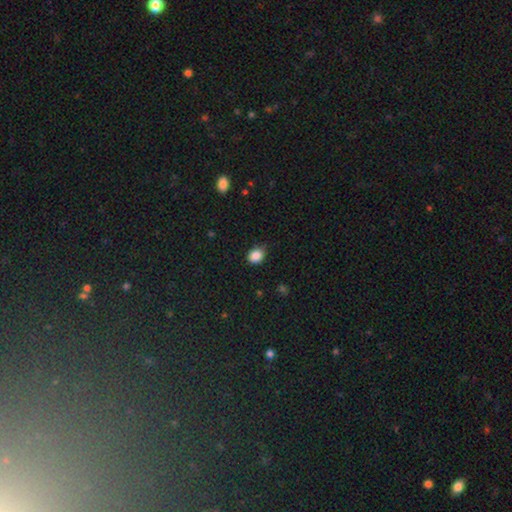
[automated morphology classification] Smooth or featured: smooth — 87% (star or artifact — 10%)
How rounded: round — 63% (in between — 36%)
Merging: none — 74% (minor disturbance — 21%)